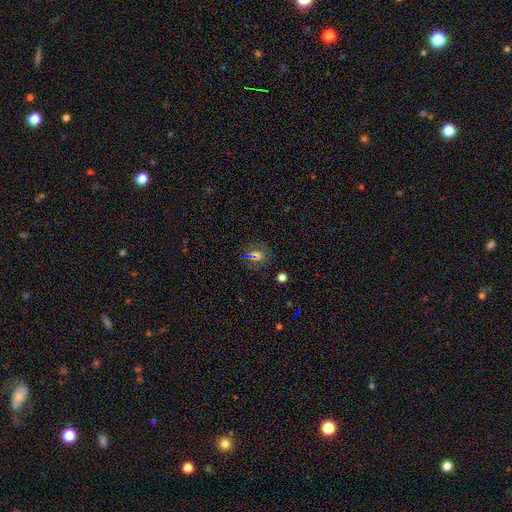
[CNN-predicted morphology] This is possibly a smooth galaxy (53%). How rounded: likely round (77%). Merging: clearly none (82%).